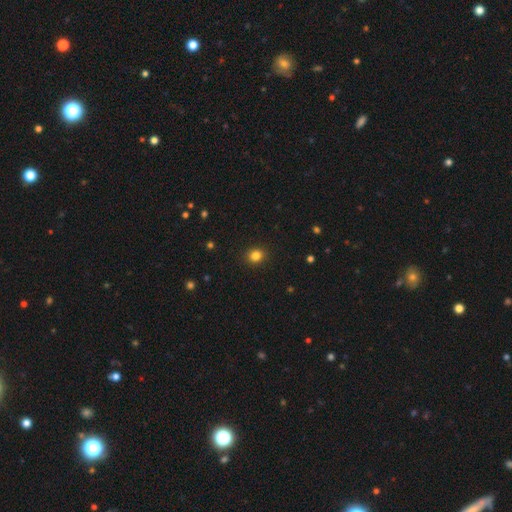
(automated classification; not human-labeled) Smooth or featured? smooth (83%)
How rounded? round (73%)
Merging? none (91%)